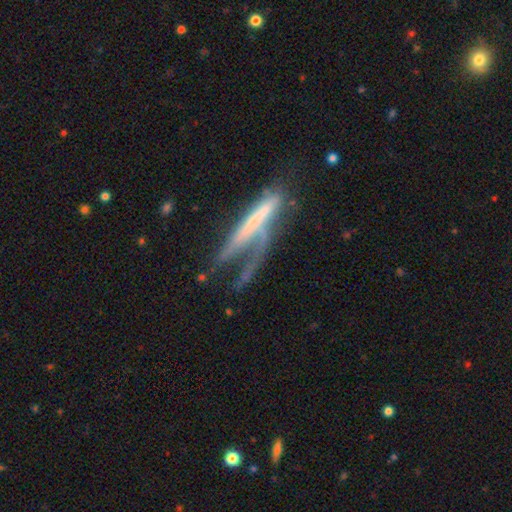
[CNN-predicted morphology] Overall: featured or disk (65%). Edge-on disk: yes (58%; no 42%). Merging: major disturbance (36%; none 35%).